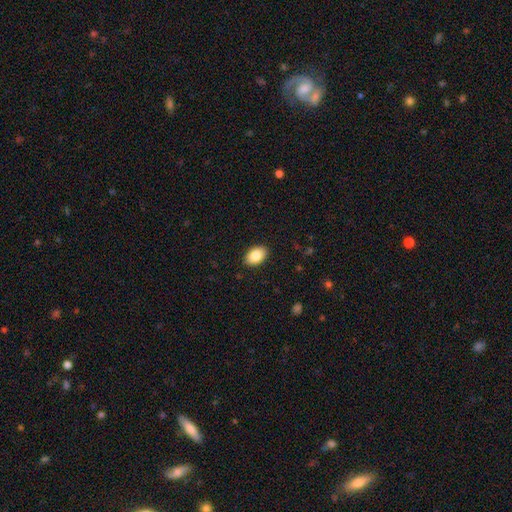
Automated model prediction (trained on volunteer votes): A smooth galaxy with no disk features (86%) that is in between round and cigar-shaped (88%).

Vote fractions:
- Smooth or featured? smooth: 86% / star or artifact: 7% / featured or disk: 7%
- How rounded? in between: 88% / round: 11% / cigar-shaped: 1%
- Merging? none: 89% / minor disturbance: 8% / major disturbance: 2% / merger: 1%